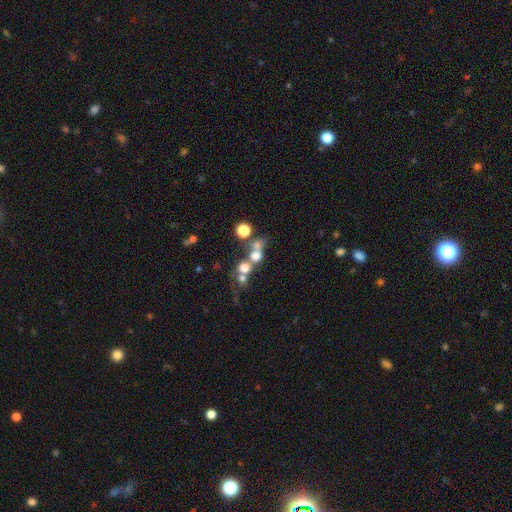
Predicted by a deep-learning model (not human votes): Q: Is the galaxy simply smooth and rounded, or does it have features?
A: smooth — 61%.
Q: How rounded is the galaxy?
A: round — 78%.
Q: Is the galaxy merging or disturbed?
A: merger — 46%.